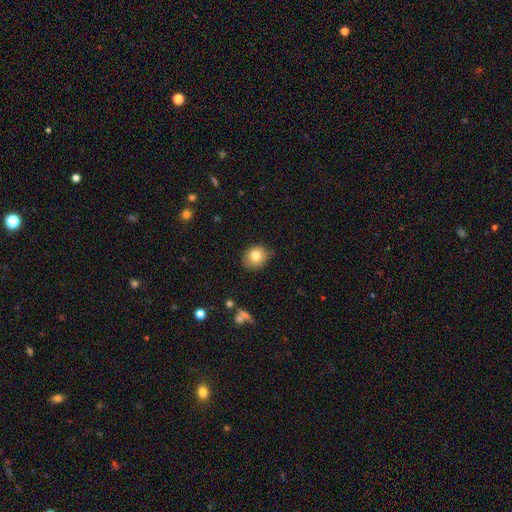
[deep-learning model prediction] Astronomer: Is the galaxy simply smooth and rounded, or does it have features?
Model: smooth — 80%.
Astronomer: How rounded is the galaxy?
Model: round — 69%.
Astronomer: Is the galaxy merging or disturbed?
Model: none — 78%.